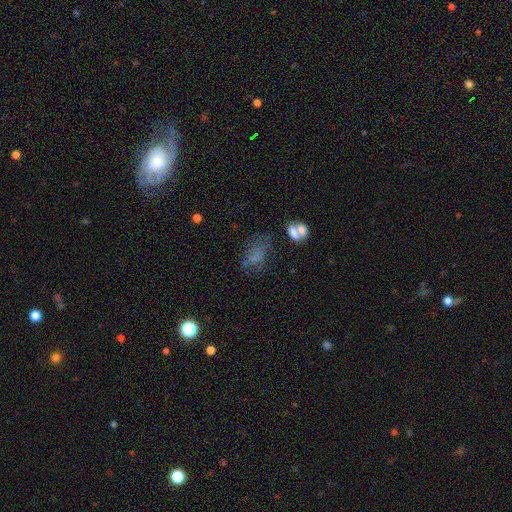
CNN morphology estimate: smooth_or_featured: smooth (p=0.57) [alt: featured or disk p=0.24]
how_rounded: in between (p=0.80) [alt: round p=0.16]
merging: none (p=0.41) [alt: minor disturbance p=0.23]